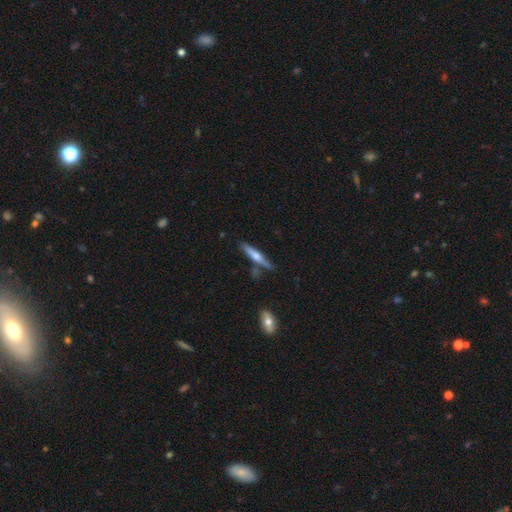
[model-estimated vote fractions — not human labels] This is possibly a featured or disk galaxy (56%). It is clearly viewed edge-on (96%). Edge-on bulge: clearly rounded (87%). Merging: likely none (79%).